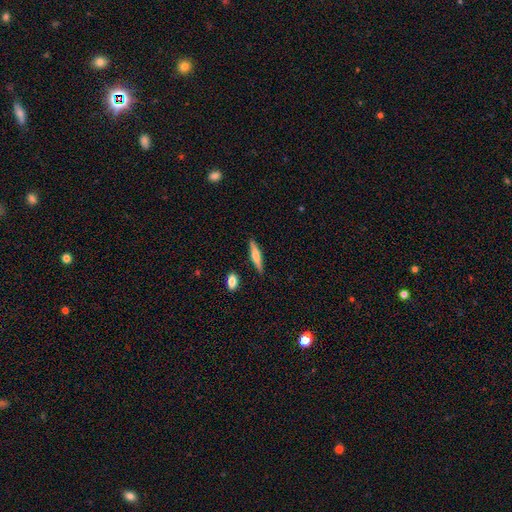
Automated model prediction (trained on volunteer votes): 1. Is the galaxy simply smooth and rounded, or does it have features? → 58% smooth, 36% featured or disk, 6% star or artifact.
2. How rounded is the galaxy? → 84% cigar-shaped, 14% in between, 2% round.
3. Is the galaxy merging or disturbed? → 85% none, 10% minor disturbance, 2% merger, 2% major disturbance.